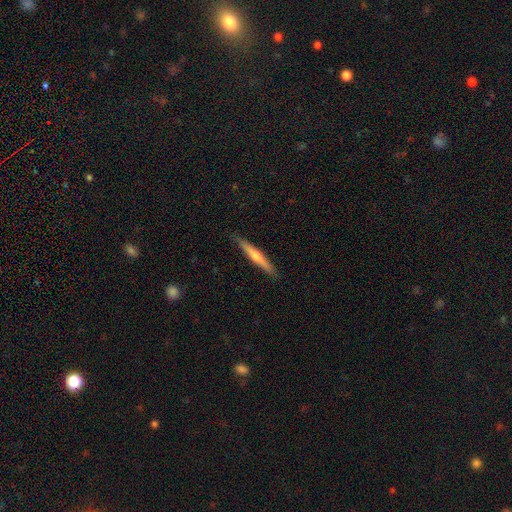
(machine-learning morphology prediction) type=featured or disk (57%); edge-on=yes (97%); edge-on bulge=rounded (75%); merging=none (90%).